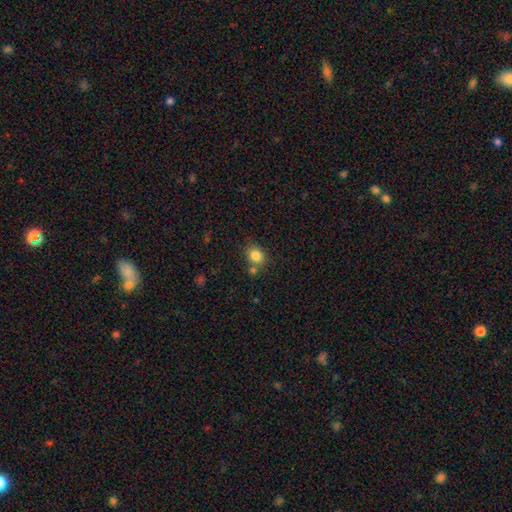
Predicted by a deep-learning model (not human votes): A smooth galaxy with no disk features (83%) that is round (53%). Merging: none (66%).